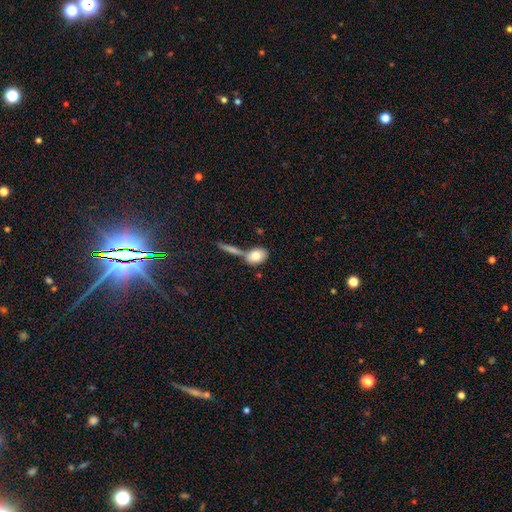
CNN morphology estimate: Smooth or featured?
  - smooth: 78% *
  - featured or disk: 15%
  - star or artifact: 7%
How rounded?
  - in between: 78% *
  - round: 17%
  - cigar-shaped: 5%
Merging?
  - none: 45% *
  - merger: 36%
  - minor disturbance: 13%
  - major disturbance: 6%